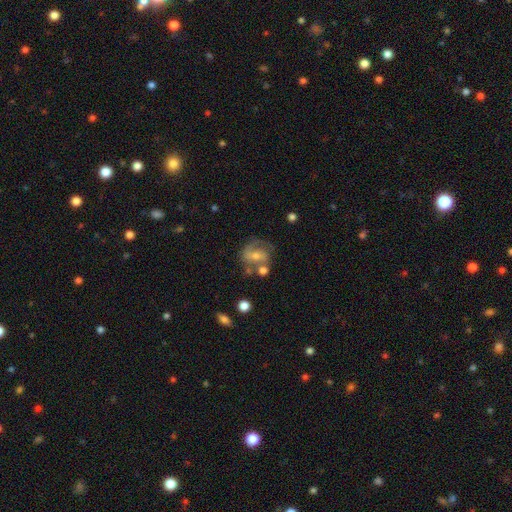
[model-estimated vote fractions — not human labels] The model was most divided on "bulge size": moderate: 49%, small: 39%, none: 6%, large: 5%, dominant: 1%. Remaining: edge-on disk — no (96%); spiral arms — yes (80%); smooth or featured — featured or disk (62%); merging — none (51%); bar — weak (44%).